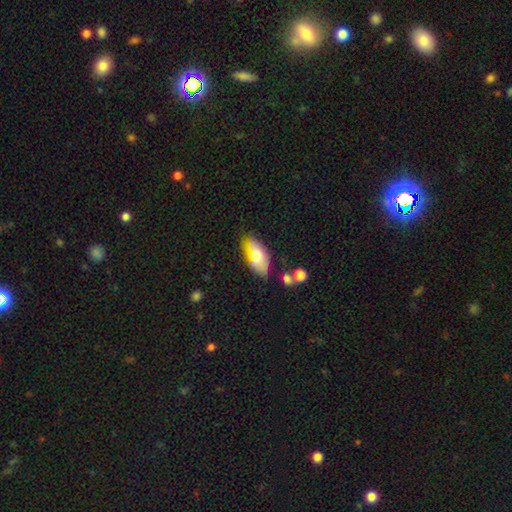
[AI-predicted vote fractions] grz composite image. It shows a smooth galaxy with no disk features (65%) that is in between round and cigar-shaped (89%). Merging: none (67%).